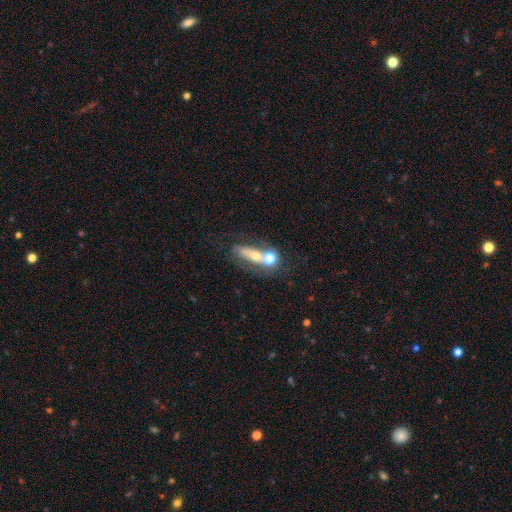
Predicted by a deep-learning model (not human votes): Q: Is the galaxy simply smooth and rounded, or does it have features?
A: smooth — 45%.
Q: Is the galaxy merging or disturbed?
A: merger — 46%.